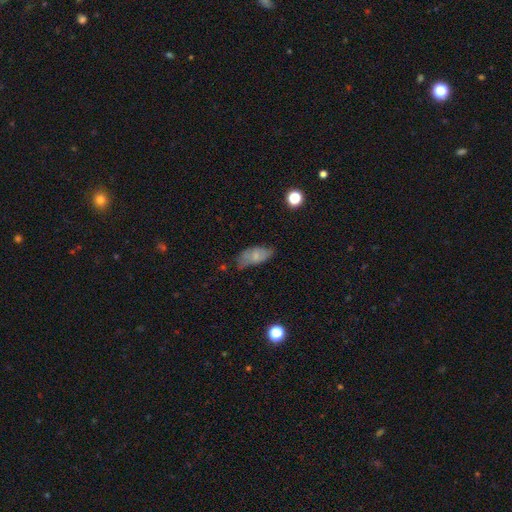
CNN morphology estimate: This is likely a smooth galaxy (66%). How rounded: clearly in between (88%). Merging: possibly none (53%).